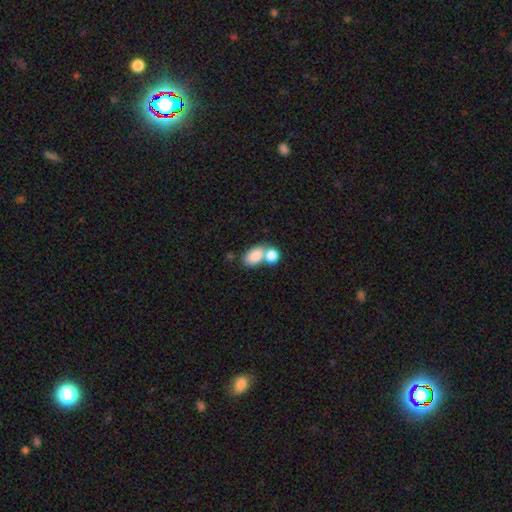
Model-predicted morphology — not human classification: Smooth or featured? smooth (82%)
How rounded? in between (85%)
Merging? merger (50%)